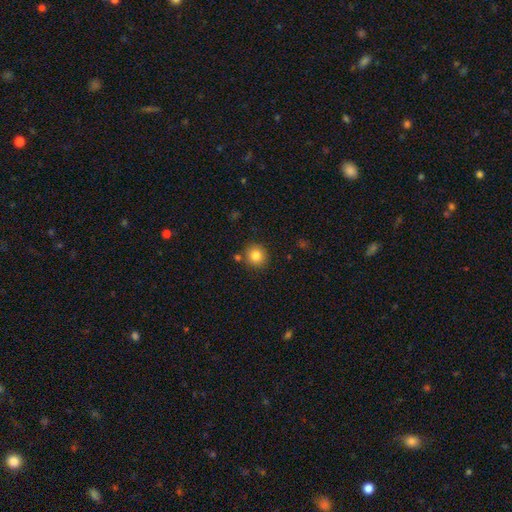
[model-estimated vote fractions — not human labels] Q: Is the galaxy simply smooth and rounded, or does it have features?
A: smooth — 83%.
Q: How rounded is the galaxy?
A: round — 91%.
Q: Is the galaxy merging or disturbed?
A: none — 84%.